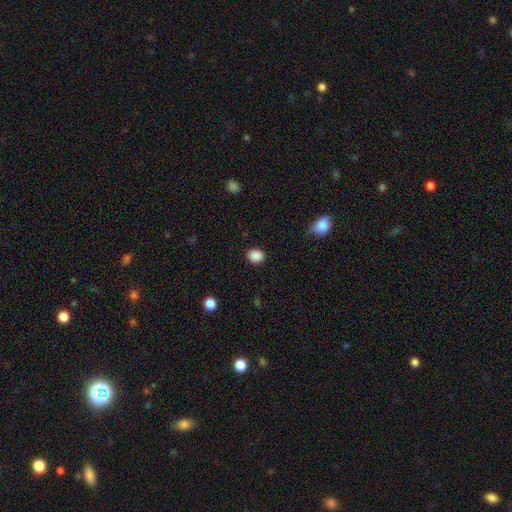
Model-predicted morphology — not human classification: The model was most divided on "how rounded": round: 59%, in between: 40%, cigar-shaped: 1%. More confident: smooth or featured — smooth (88%); merging — none (88%).